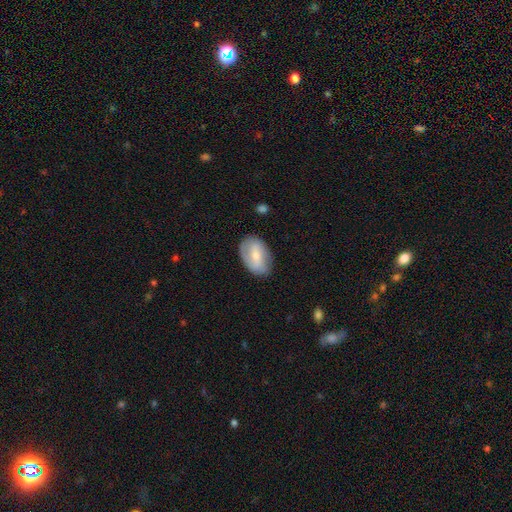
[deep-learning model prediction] This appears to be a featured or disk galaxy (49%). Merging: none (77%).